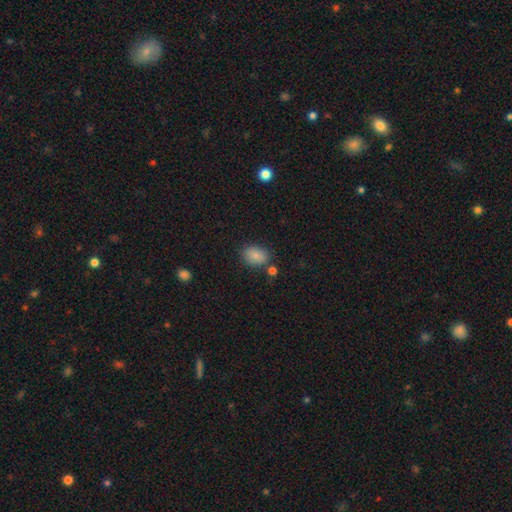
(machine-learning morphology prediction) This appears to be a smooth galaxy with no disk features (83%) that is in between round and cigar-shaped (72%). Merging: none (74%).